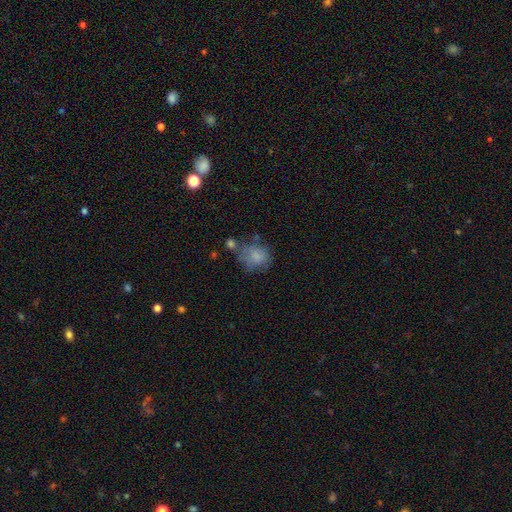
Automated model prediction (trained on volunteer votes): Q: Smooth or featured?
A: smooth (71%); runner-up: featured or disk (19%)
Q: How rounded?
A: round (62%); runner-up: in between (37%)
Q: Merging?
A: none (43%); runner-up: minor disturbance (26%)